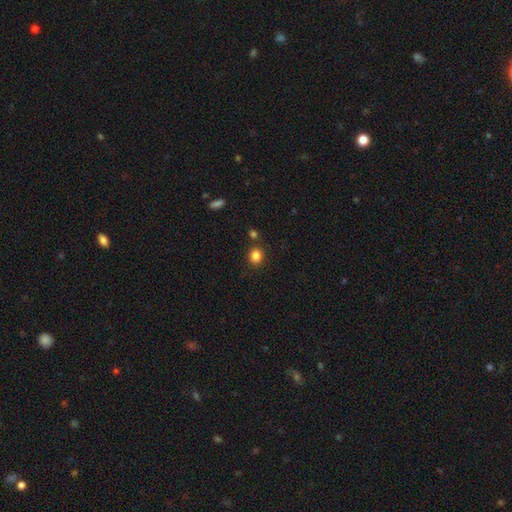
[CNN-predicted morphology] Smooth or featured? Predicted: smooth (p=0.84). How rounded? Predicted: round (p=0.70). Merging? Predicted: none (p=0.82).